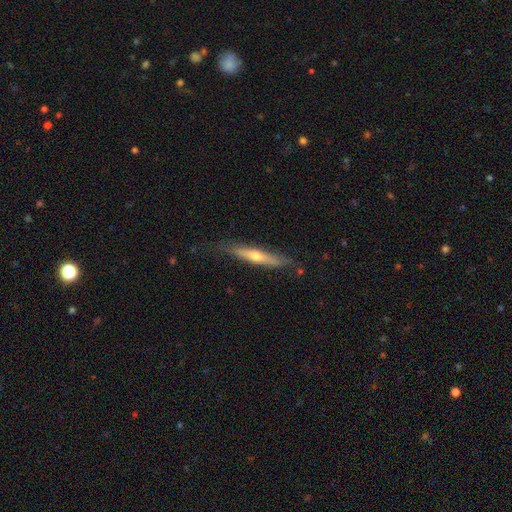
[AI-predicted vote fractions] Overall: featured or disk (57%; smooth 37%). Edge-on disk: yes (90%). Edge-on bulge: rounded (82%). Merging: none (78%).